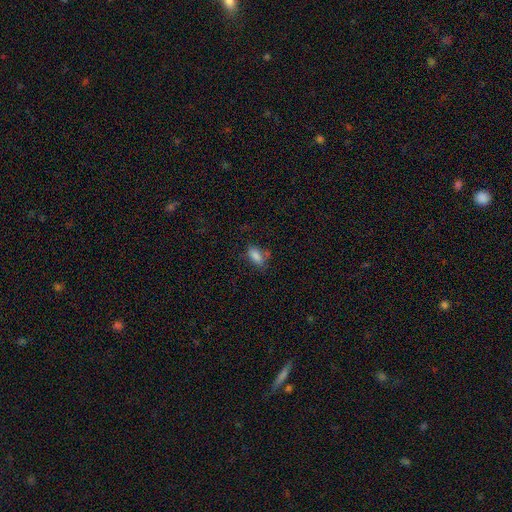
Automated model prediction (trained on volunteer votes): The model was most divided on "merging": none: 59%, minor disturbance: 24%, major disturbance: 11%, merger: 5%. More confident: how rounded — in between (87%); smooth or featured — smooth (81%).